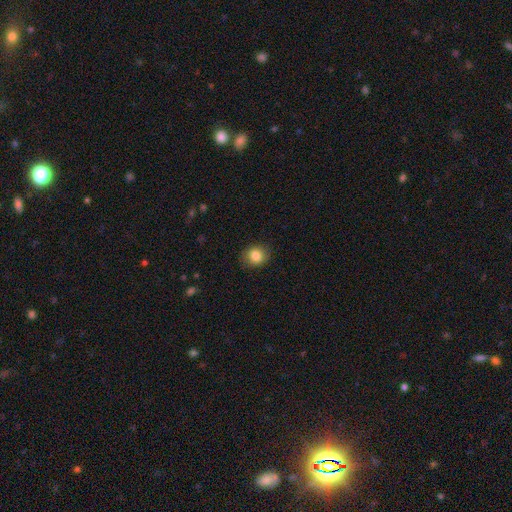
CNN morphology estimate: Smooth or featured? smooth (84%)
How rounded? round (66%)
Merging? none (87%)